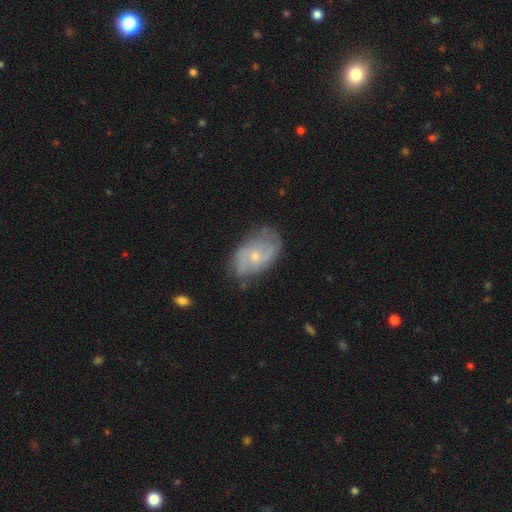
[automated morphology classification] Overall: featured or disk (69%). Edge-on disk: no (96%). Bar: no (67%; weak 28%). Spiral arms: yes (83%). Spiral arm count: 2 (65%). Spiral winding: medium (43%; tight 31%). Bulge size: small (68%; moderate 28%). Merging: none (69%).